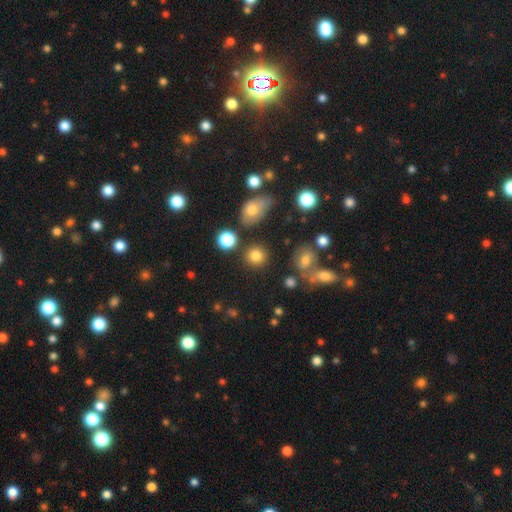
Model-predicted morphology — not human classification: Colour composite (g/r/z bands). It shows a smooth galaxy with no disk features (82%) that is round (87%). Merging: none (82%).